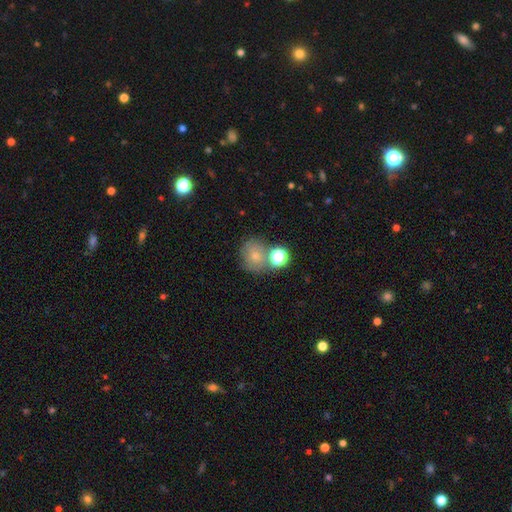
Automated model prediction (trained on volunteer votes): This appears to be a smooth galaxy with no disk features (62%) that is round (77%). Merging: none (53%).